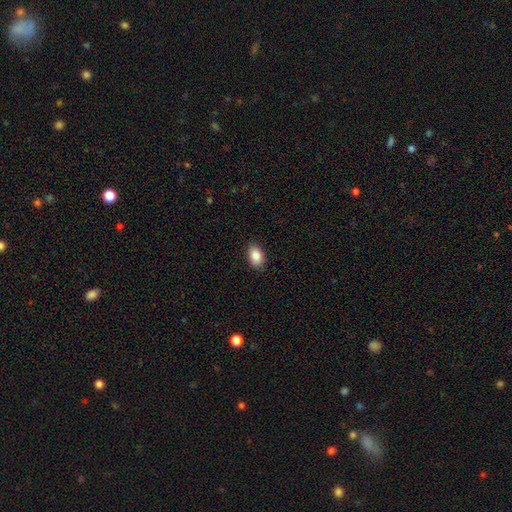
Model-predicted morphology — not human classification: type=smooth (88%); roundness=in between (88%); merging=none (87%).